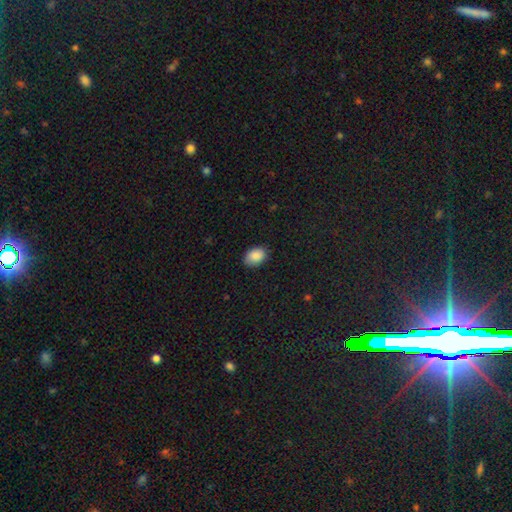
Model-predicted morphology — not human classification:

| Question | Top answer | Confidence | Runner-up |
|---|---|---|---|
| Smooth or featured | smooth | 88% | star or artifact (7%) |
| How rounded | in between | 78% | round (21%) |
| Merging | none | 83% | minor disturbance (13%) |